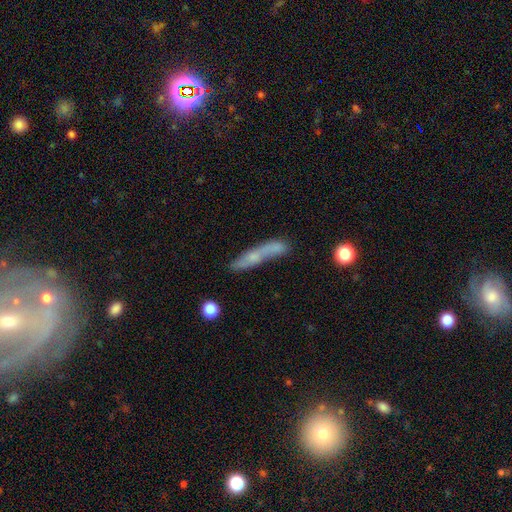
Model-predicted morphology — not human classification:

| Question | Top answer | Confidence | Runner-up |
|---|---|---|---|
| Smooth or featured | smooth | 52% | featured or disk (39%) |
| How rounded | cigar-shaped | 85% | in between (12%) |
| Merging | none | 50% | minor disturbance (20%) |